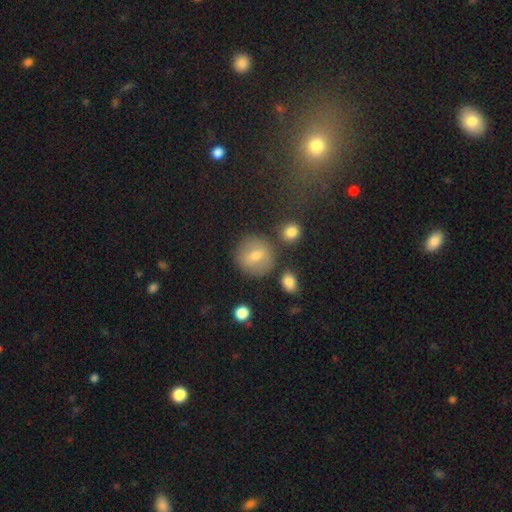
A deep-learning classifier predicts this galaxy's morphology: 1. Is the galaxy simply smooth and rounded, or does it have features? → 65% smooth, 24% featured or disk, 11% star or artifact.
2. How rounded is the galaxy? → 86% round, 13% in between, 1% cigar-shaped.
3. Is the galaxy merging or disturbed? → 81% none, 10% minor disturbance, 6% merger, 3% major disturbance.